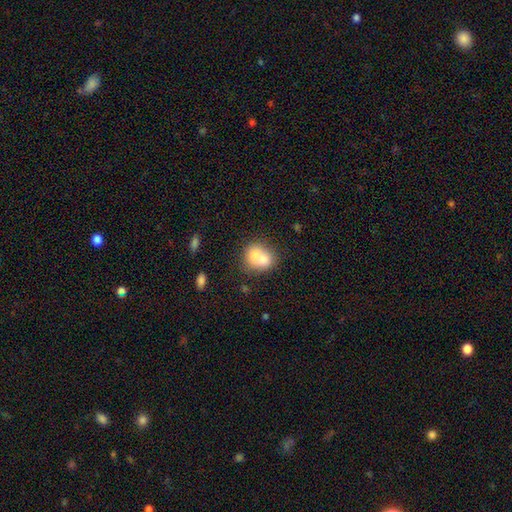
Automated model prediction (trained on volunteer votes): smooth-or-featured: smooth: 73% | featured or disk: 18% | star or artifact: 9%
  how-rounded: round: 53% | in between: 46% | cigar-shaped: 1%
  merging: merger: 55% | none: 31% | minor disturbance: 10% | major disturbance: 4%